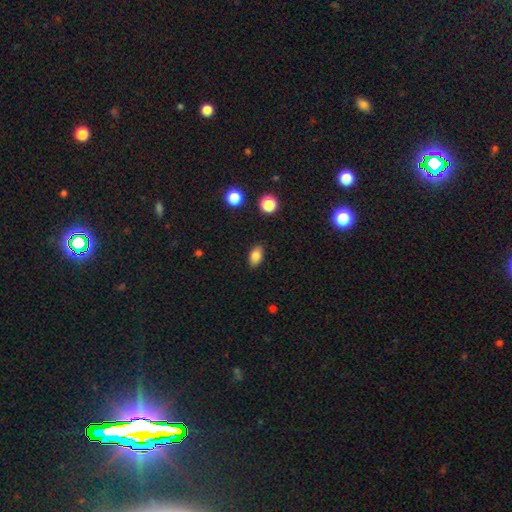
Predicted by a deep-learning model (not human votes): Smooth or featured: smooth — 83% (star or artifact — 9%)
How rounded: in between — 87% (round — 10%)
Merging: none — 86% (minor disturbance — 10%)